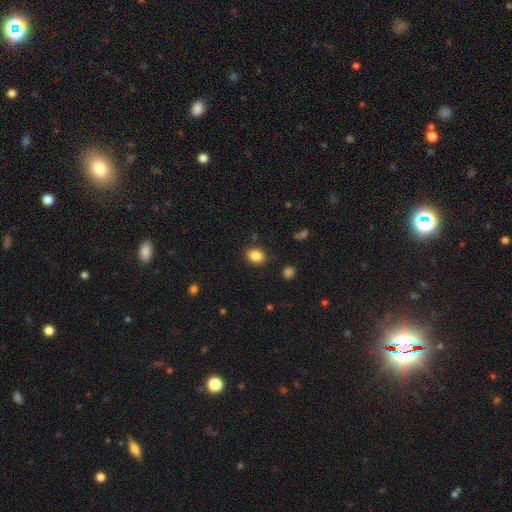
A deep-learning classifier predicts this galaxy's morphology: Smooth or featured? smooth (86%)
How rounded? in between (64%)
Merging? none (85%)